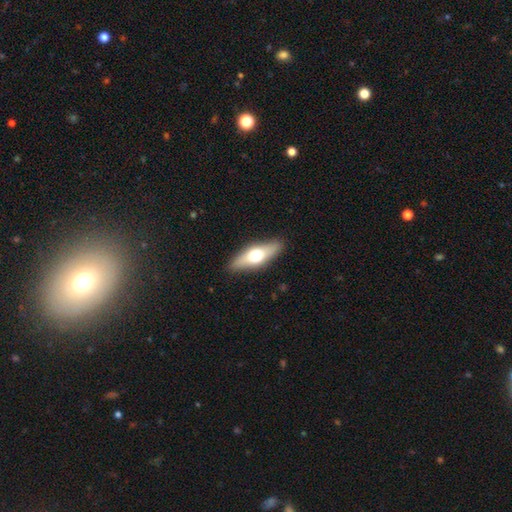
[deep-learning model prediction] Smooth or featured: smooth — 51% (featured or disk — 43%)
How rounded: in between — 53% (cigar-shaped — 44%)
Merging: none — 88% (minor disturbance — 9%)